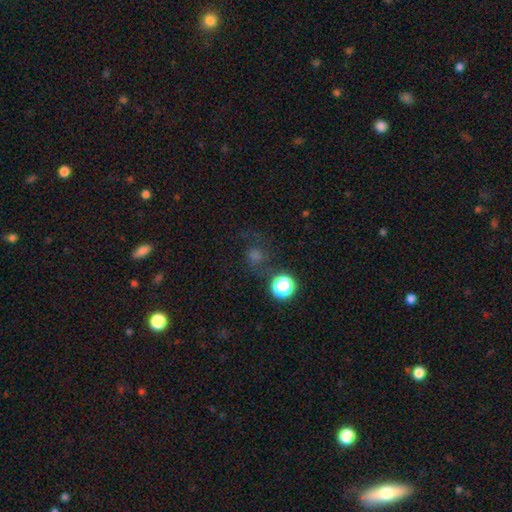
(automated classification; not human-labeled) The model was most divided on "smooth or featured": star or artifact: 47%, smooth: 36%, featured or disk: 17%.